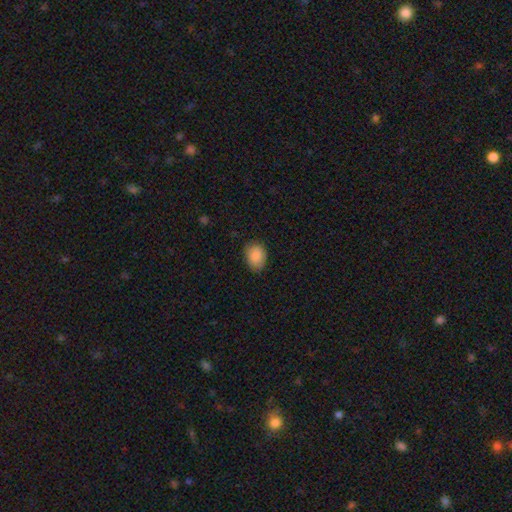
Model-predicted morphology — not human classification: A smooth galaxy with no disk features (89%) that is in between round and cigar-shaped (68%). Merging: none (81%).